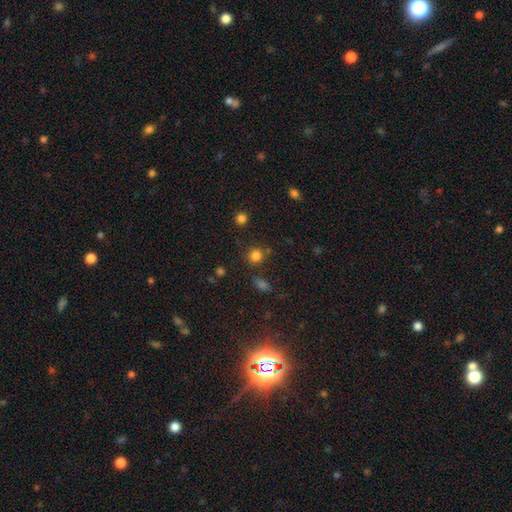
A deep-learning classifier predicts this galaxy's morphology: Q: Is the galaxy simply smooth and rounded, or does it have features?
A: smooth — 80%.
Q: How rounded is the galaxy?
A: round — 90%.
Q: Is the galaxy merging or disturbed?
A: none — 80%.